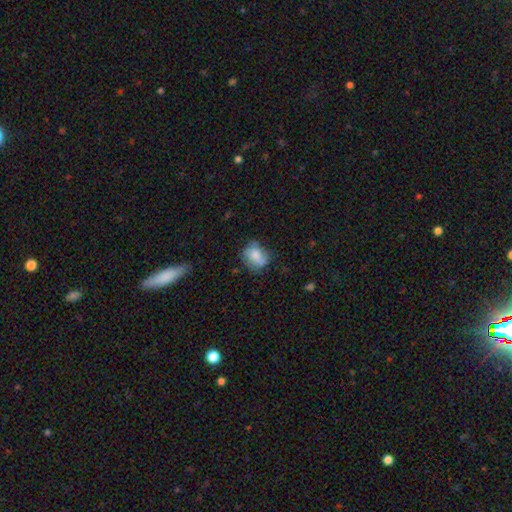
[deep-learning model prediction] Morphology: type=smooth (71%); roundness=in between (57%); merging=none (52%).